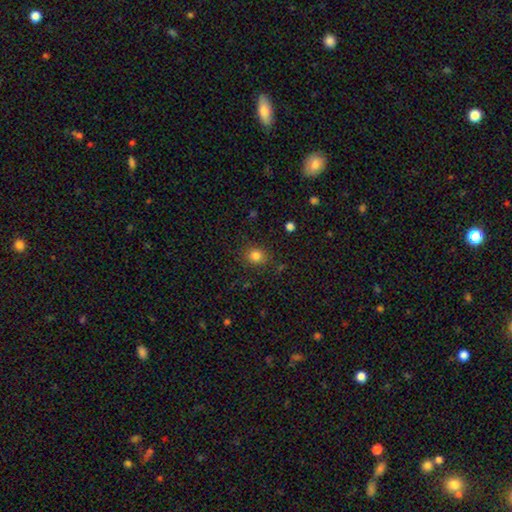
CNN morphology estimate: Smooth or featured: smooth — 83% (star or artifact — 12%)
How rounded: round — 78% (in between — 22%)
Merging: none — 86% (minor disturbance — 10%)